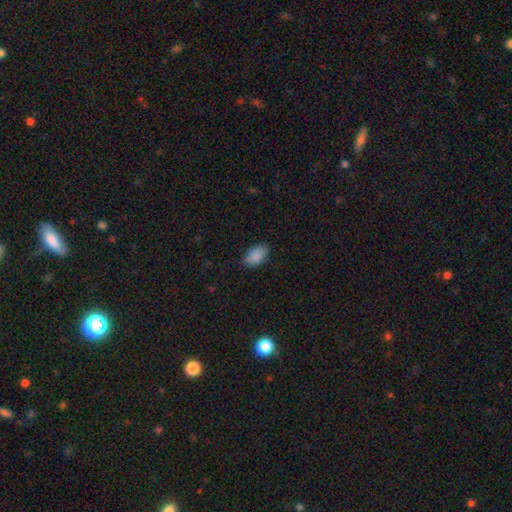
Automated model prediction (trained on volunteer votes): This appears to be a smooth galaxy with no disk features (86%) that is in between round and cigar-shaped (92%). Merging: none (68%).